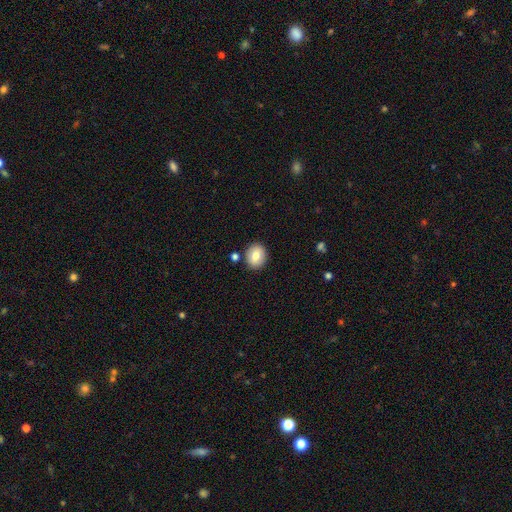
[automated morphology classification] The model was most divided on "how rounded": round: 68%, in between: 31%, cigar-shaped: 1%. More confident: merging — none (85%); smooth or featured — smooth (80%).